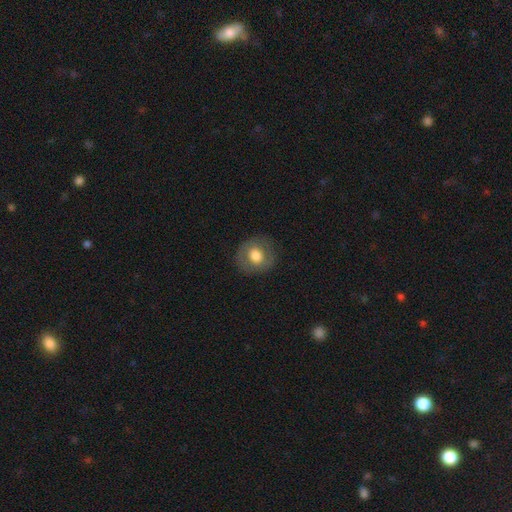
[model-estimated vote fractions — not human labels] Smooth or featured? smooth (69%)
How rounded? round (85%)
Merging? none (85%)